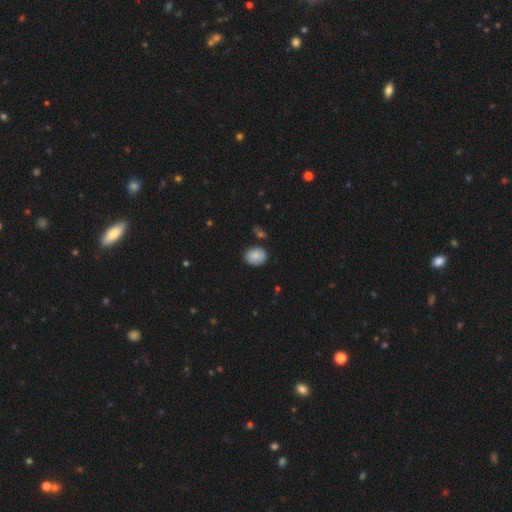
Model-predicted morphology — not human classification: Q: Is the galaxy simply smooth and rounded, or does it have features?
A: smooth — 86%.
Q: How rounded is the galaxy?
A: in between — 57%.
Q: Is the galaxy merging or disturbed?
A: none — 79%.